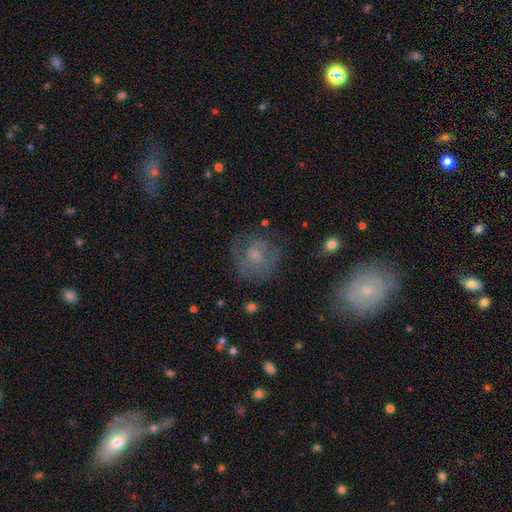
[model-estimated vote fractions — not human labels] featured or disk 49%, smooth 39%, star or artifact 13%. Down the decision tree: merging — none (64%).